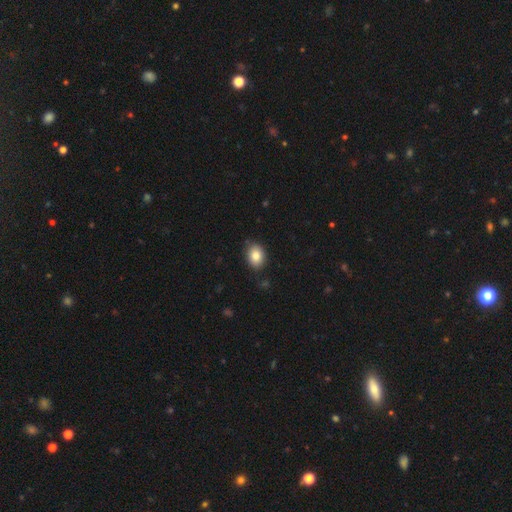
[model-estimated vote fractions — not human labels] smooth_or_featured: smooth (p=0.85) [alt: star or artifact p=0.08]
how_rounded: in between (p=0.71) [alt: round p=0.28]
merging: none (p=0.79) [alt: minor disturbance p=0.17]